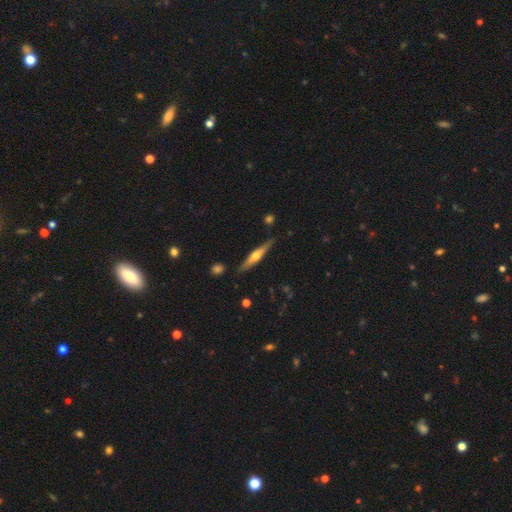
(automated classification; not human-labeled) The model was most divided on "smooth or featured": featured or disk: 62%, smooth: 32%, star or artifact: 6%. More confident: edge-on disk — yes (95%); edge-on bulge — rounded (88%); merging — none (84%).